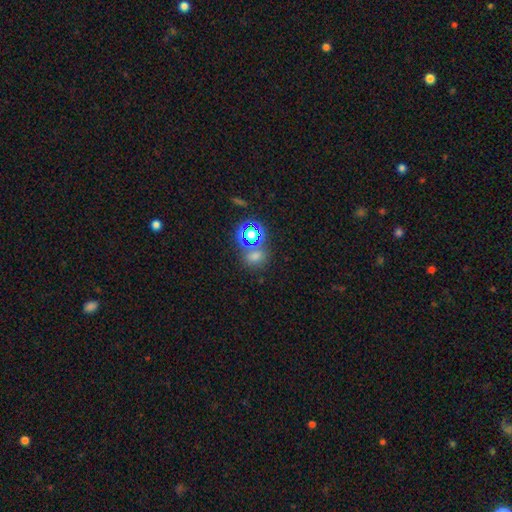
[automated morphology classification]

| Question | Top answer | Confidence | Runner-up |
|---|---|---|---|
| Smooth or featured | smooth | 56% | star or artifact (36%) |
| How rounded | round | 59% | in between (40%) |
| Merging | none | 65% | merger (20%) |